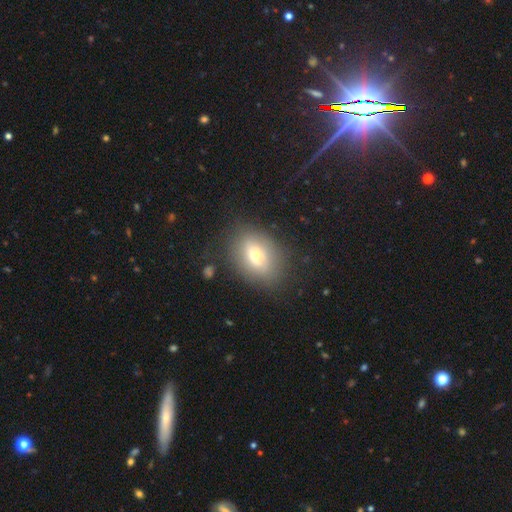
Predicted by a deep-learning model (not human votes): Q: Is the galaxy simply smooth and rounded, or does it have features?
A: smooth — 63%.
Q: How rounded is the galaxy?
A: in between — 79%.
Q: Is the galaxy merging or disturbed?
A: none — 77%.